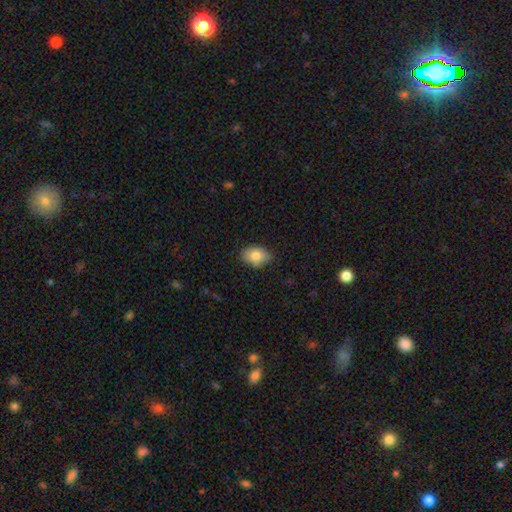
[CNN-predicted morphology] Smooth or featured? smooth (82%)
How rounded? in between (81%)
Merging? none (80%)